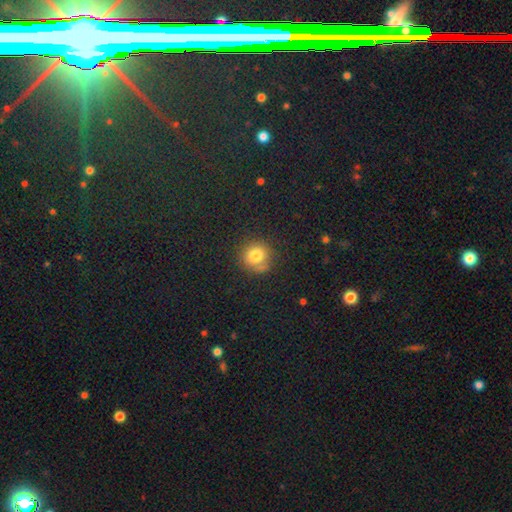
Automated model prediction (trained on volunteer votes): Smooth or featured? smooth (79%)
How rounded? round (87%)
Merging? none (75%)